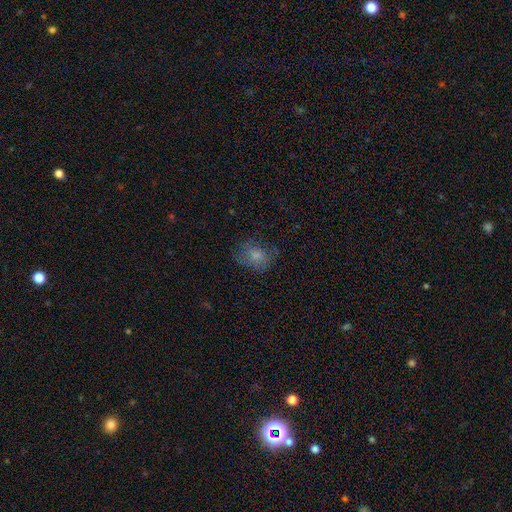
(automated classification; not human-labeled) Overall: smooth (73%). How rounded: in between (53%; round 46%). Merging: none (61%; minor disturbance 24%).